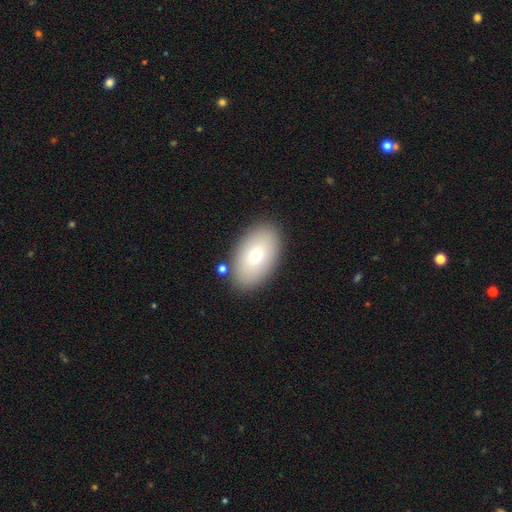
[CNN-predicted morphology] smooth-or-featured: smooth: 72% | featured or disk: 20% | star or artifact: 8%
  how-rounded: in between: 91% | round: 7% | cigar-shaped: 1%
  merging: none: 87% | minor disturbance: 8% | merger: 3% | major disturbance: 2%